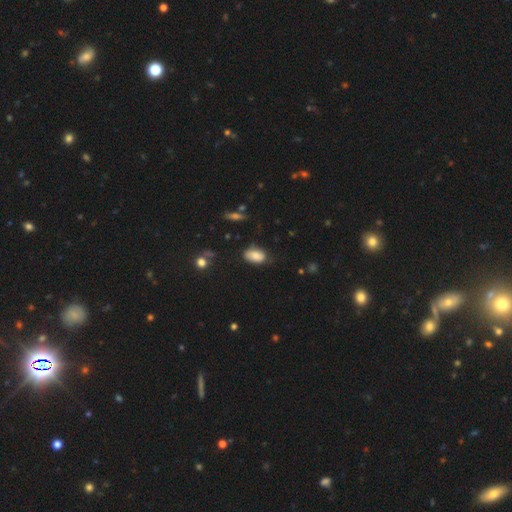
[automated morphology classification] Q: Smooth or featured?
A: smooth (82%); runner-up: featured or disk (9%)
Q: How rounded?
A: in between (91%); runner-up: round (6%)
Q: Merging?
A: none (66%); runner-up: minor disturbance (25%)